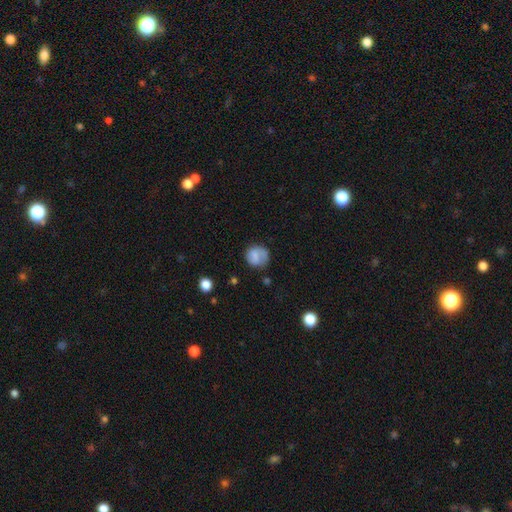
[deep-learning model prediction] Smooth or featured: smooth — 69% (featured or disk — 23%)
How rounded: round — 82% (in between — 17%)
Merging: none — 64% (minor disturbance — 22%)